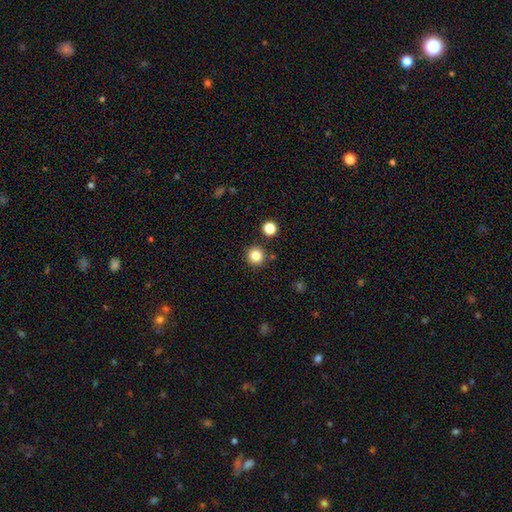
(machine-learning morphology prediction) Smooth or featured? Predicted: smooth (p=0.83). How rounded? Predicted: round (p=0.95). Merging? Predicted: none (p=0.88).